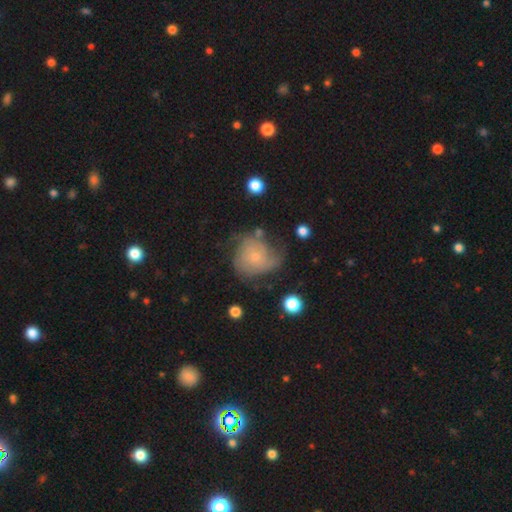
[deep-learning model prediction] A featured or disk galaxy (64%) with no bar (83%), tight (45%) spiral arms (85%) and a small central bulge (76%).

Vote fractions:
- Smooth or featured? featured or disk: 64% / smooth: 27% / star or artifact: 8%
- Edge-on disk? no: 98% / yes: 2%
- Bar? no: 83% / weak: 15% / strong: 2%
- Spiral arms? yes: 85% / no: 15%
- Spiral winding? tight: 45% / medium: 36% / loose: 19%
- Spiral arm count? can't tell: 36% / 2: 23% / 3: 21% / 4: 8% / 1: 7% / more than 4: 5%
- Bulge size? small: 76% / moderate: 17% / none: 4% / large: 1% / dominant: 1%
- Merging? none: 47% / minor disturbance: 28% / major disturbance: 20% / merger: 4%